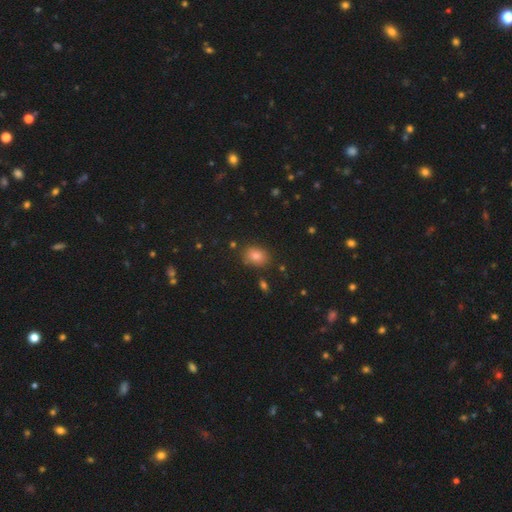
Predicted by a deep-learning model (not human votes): Smooth or featured?
  - smooth: 79% *
  - star or artifact: 15%
  - featured or disk: 6%
How rounded?
  - in between: 61% *
  - round: 38%
  - cigar-shaped: 1%
Merging?
  - none: 82% *
  - minor disturbance: 12%
  - major disturbance: 3%
  - merger: 3%